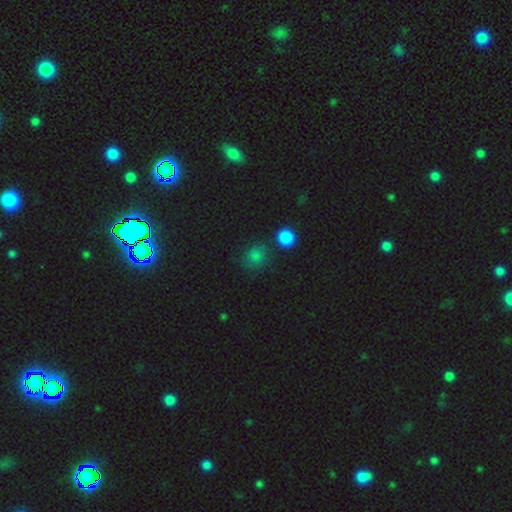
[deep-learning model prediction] A smooth galaxy with no disk features (72%) that is round (82%). Merging: none (73%).